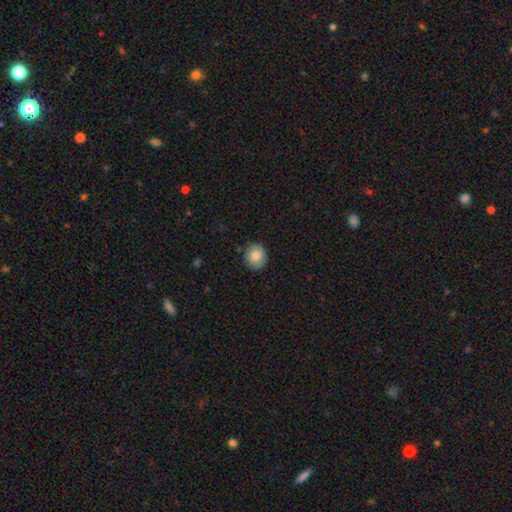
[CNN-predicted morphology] The model was most divided on "how rounded": round: 82%, in between: 17%, cigar-shaped: 1%. More confident: merging — none (87%); smooth or featured — smooth (84%).